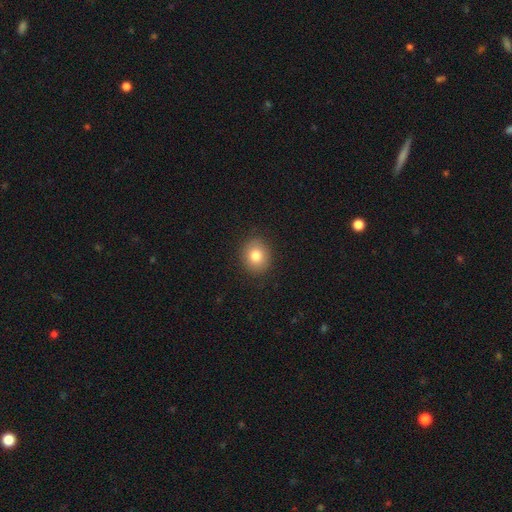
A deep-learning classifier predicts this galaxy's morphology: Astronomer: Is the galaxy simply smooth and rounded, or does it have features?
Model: smooth — 82%.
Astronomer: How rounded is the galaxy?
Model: round — 70%.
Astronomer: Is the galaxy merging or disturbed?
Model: none — 89%.